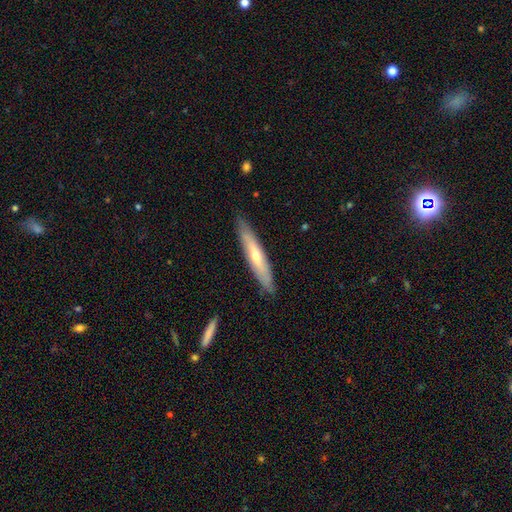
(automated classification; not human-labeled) A featured or disk galaxy (51%) viewed edge-on (75%).

Vote fractions:
- Smooth or featured? featured or disk: 51% / smooth: 43% / star or artifact: 6%
- Edge-on disk? yes: 75% / no: 25%
- Merging? none: 87% / minor disturbance: 10% / major disturbance: 2% / merger: 1%